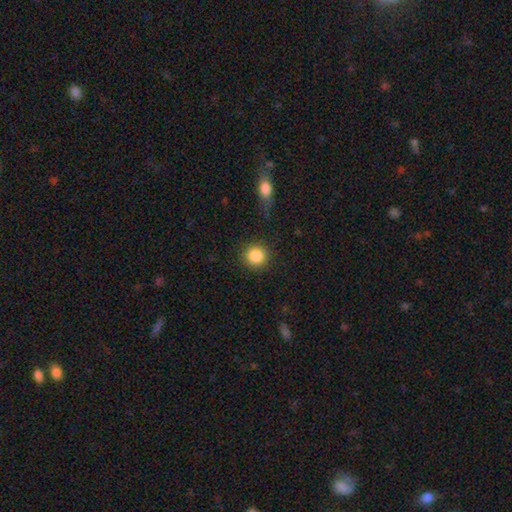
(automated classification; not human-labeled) smooth 87%, star or artifact 9%, featured or disk 4%. Down the decision tree: how rounded — round (93%); merging — none (87%).